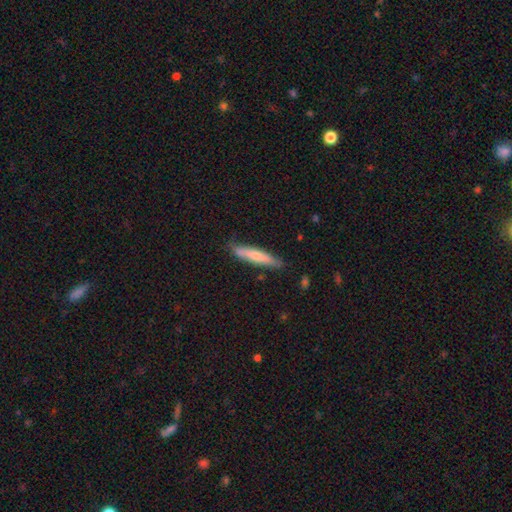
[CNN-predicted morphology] Q: Smooth or featured?
A: smooth (66%); runner-up: featured or disk (28%)
Q: How rounded?
A: cigar-shaped (88%); runner-up: in between (11%)
Q: Merging?
A: none (79%); runner-up: minor disturbance (16%)